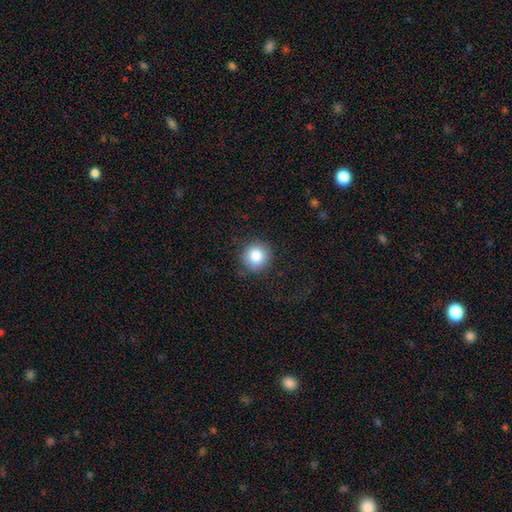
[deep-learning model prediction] Smooth or featured? Predicted: smooth (p=0.84). How rounded? Predicted: round (p=0.93). Merging? Predicted: none (p=0.86).